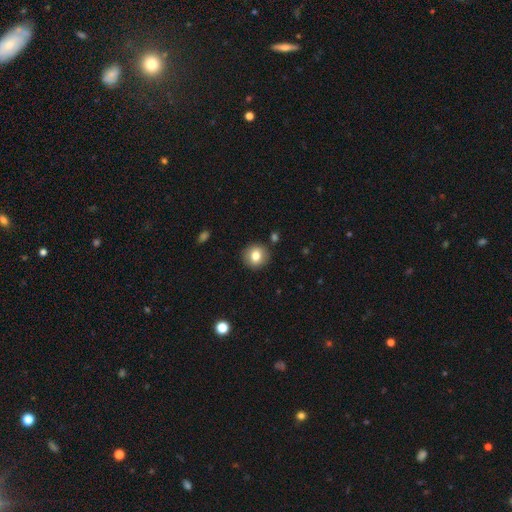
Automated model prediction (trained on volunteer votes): smooth-or-featured: smooth: 80% | featured or disk: 11% | star or artifact: 10%
  how-rounded: round: 89% | in between: 10% | cigar-shaped: 1%
  merging: none: 89% | minor disturbance: 7% | major disturbance: 2% | merger: 2%